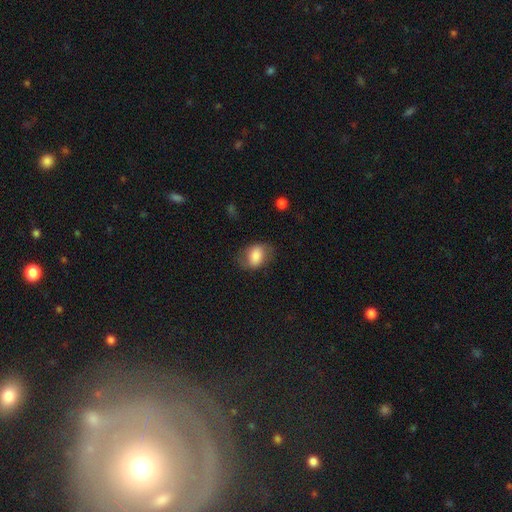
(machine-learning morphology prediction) Q: Smooth or featured?
A: smooth (74%); runner-up: featured or disk (19%)
Q: How rounded?
A: in between (74%); runner-up: round (24%)
Q: Merging?
A: none (67%); runner-up: minor disturbance (22%)